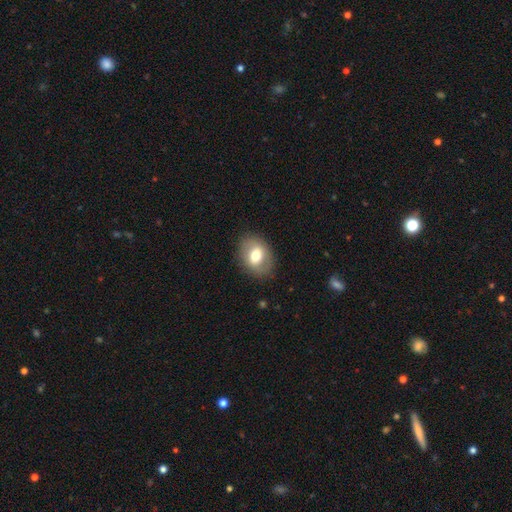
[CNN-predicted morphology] Overall: smooth (64%; featured or disk 28%). How rounded: in between (64%; round 35%). Merging: none (84%).